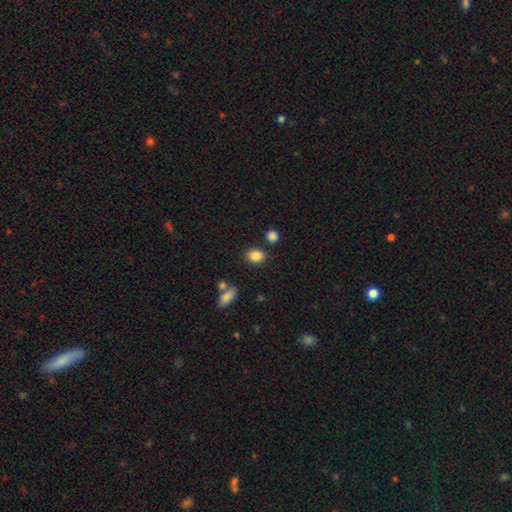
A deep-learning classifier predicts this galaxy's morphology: type=smooth (86%); roundness=in between (63%); merging=none (80%).